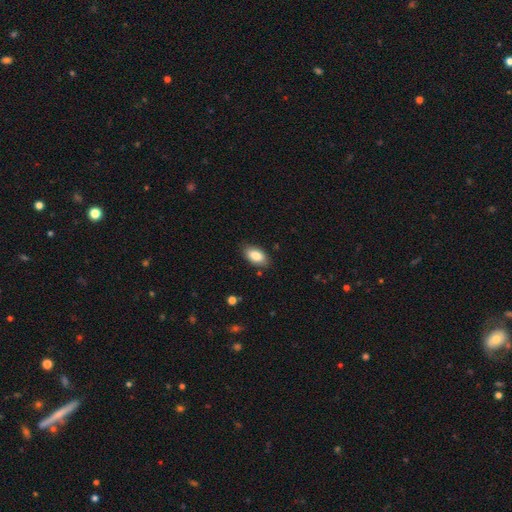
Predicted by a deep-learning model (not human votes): Smooth or featured? smooth (84%)
How rounded? in between (93%)
Merging? none (85%)